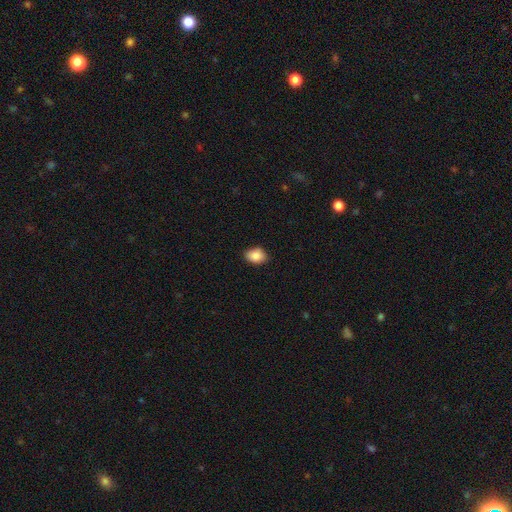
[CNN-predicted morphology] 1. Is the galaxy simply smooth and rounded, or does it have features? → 88% smooth, 8% star or artifact, 4% featured or disk.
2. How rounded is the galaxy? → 72% in between, 26% round, 1% cigar-shaped.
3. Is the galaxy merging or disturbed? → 84% none, 13% minor disturbance, 2% major disturbance, 1% merger.